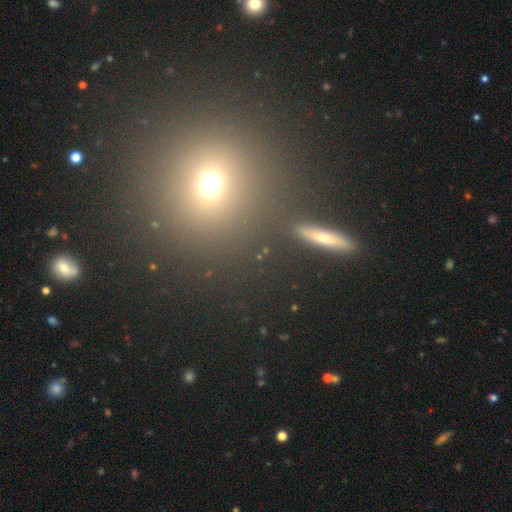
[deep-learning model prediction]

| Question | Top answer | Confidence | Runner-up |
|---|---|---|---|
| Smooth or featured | smooth | 46% | star or artifact (35%) |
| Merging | none | 84% | minor disturbance (7%) |